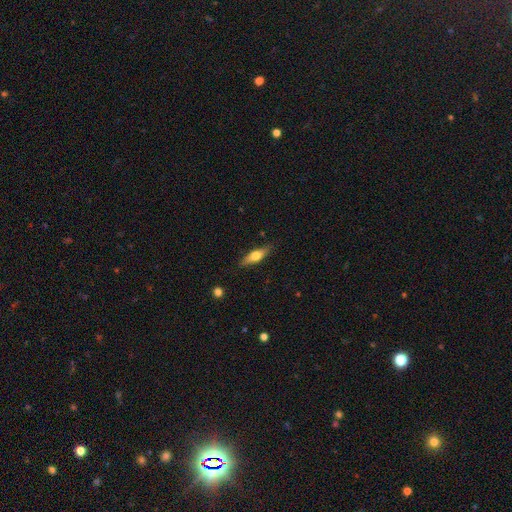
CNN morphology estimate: smooth-or-featured: smooth: 50% | featured or disk: 44% | star or artifact: 6%
  merging: none: 85% | minor disturbance: 11% | major disturbance: 2% | merger: 1%